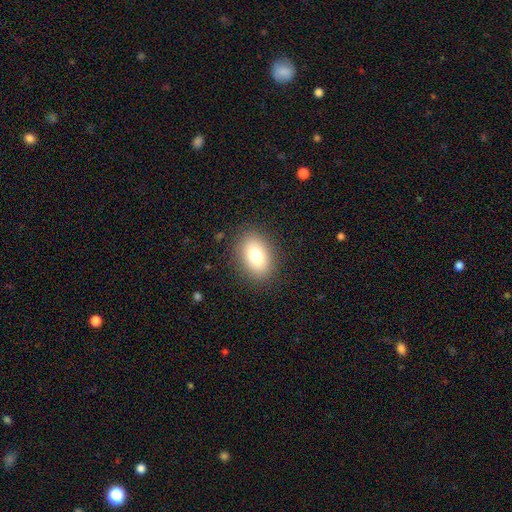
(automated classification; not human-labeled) Smooth or featured? smooth (78%)
How rounded? in between (83%)
Merging? none (87%)